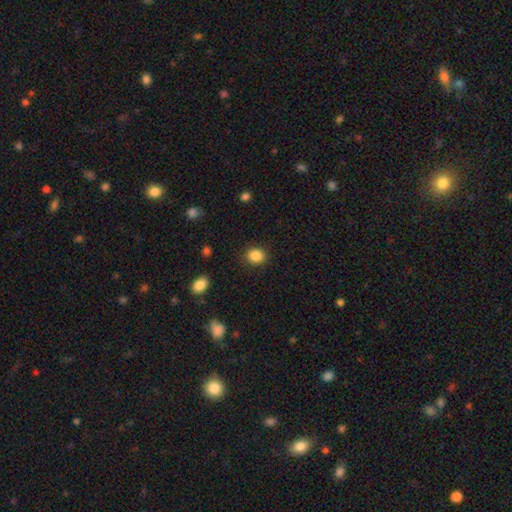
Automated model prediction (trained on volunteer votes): Overall: smooth (87%). How rounded: round (68%; in between 31%). Merging: none (88%).